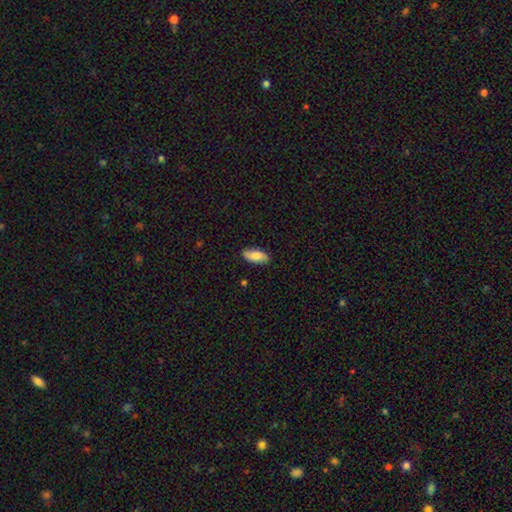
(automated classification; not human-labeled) smooth_or_featured: smooth (p=0.82) [alt: featured or disk p=0.12]
how_rounded: in between (p=0.84) [alt: cigar-shaped p=0.14]
merging: none (p=0.85) [alt: minor disturbance p=0.12]